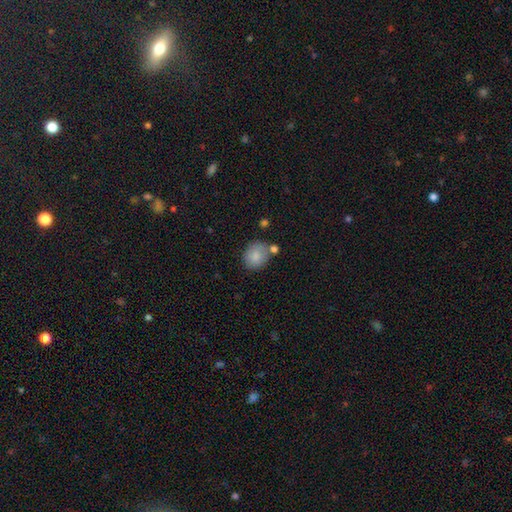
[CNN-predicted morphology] Smooth or featured?
  - smooth: 84% *
  - featured or disk: 9%
  - star or artifact: 8%
How rounded?
  - round: 60% *
  - in between: 39%
  - cigar-shaped: 1%
Merging?
  - none: 66% *
  - minor disturbance: 17%
  - merger: 12%
  - major disturbance: 4%